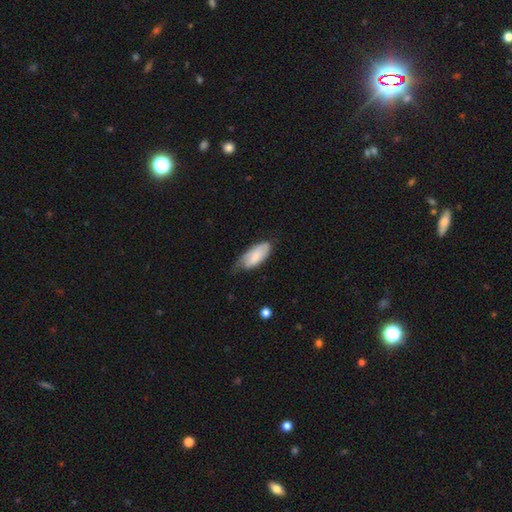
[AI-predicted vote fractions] smooth_or_featured: smooth (p=0.69) [alt: featured or disk p=0.25]
how_rounded: in between (p=0.86) [alt: cigar-shaped p=0.12]
merging: minor disturbance (p=0.43) [alt: none p=0.35]